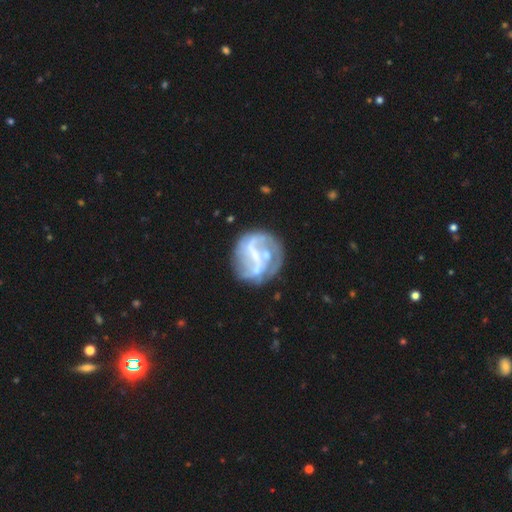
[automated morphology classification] This is likely a featured or disk galaxy (74%). It is clearly not viewed edge-on (98%). Bar: marginally weak (39%). Spiral arm pattern: likely yes (67%). Central bulge: marginally small (42%). Merging: possibly none (57%).